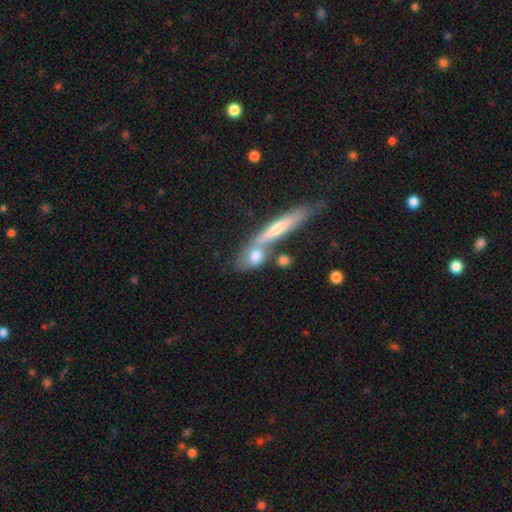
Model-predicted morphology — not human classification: The model was most divided on "merging": none: 45%, merger: 37%, minor disturbance: 13%, major disturbance: 6%. Remaining: smooth or featured — smooth (68%); how rounded — in between (43%).